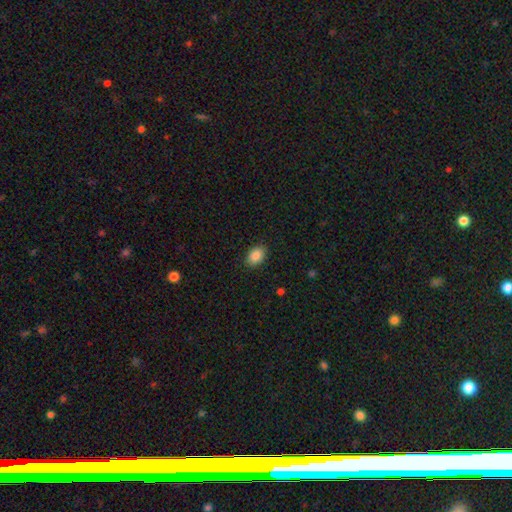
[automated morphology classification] Smooth or featured?
  - smooth: 87% *
  - star or artifact: 8%
  - featured or disk: 5%
How rounded?
  - in between: 83% *
  - round: 16%
  - cigar-shaped: 1%
Merging?
  - none: 88% *
  - minor disturbance: 8%
  - major disturbance: 2%
  - merger: 1%